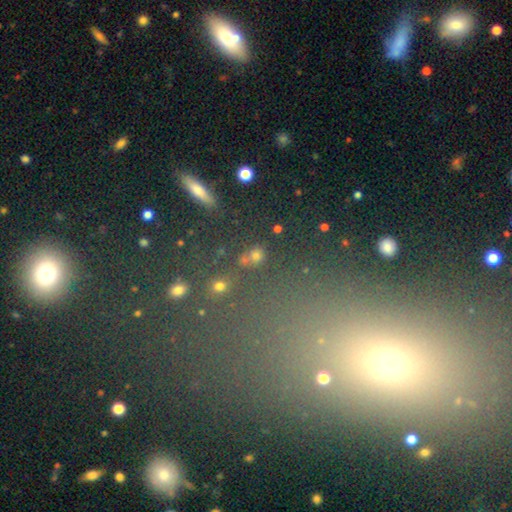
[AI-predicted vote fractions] smooth 63%, star or artifact 29%, featured or disk 8%. Down the decision tree: how rounded — round (78%); merging — none (69%).